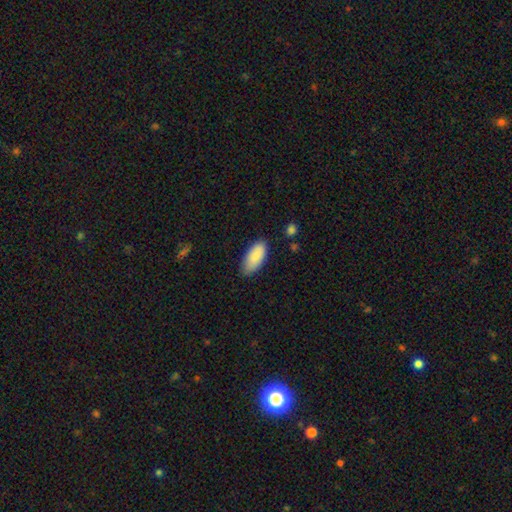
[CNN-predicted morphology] Q: Smooth or featured?
A: smooth (87%); runner-up: featured or disk (7%)
Q: How rounded?
A: in between (90%); runner-up: cigar-shaped (8%)
Q: Merging?
A: none (79%); runner-up: minor disturbance (17%)